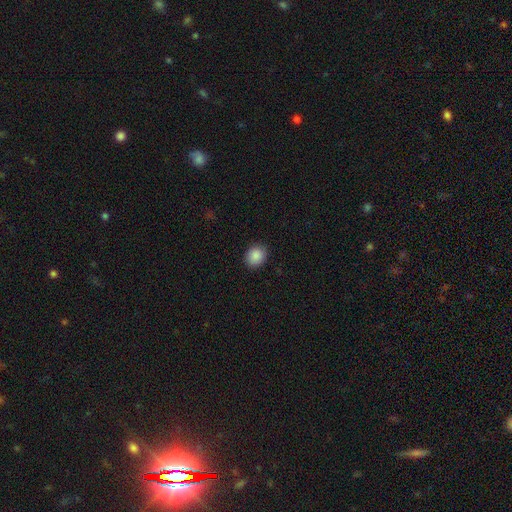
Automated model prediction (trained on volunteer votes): smooth_or_featured: smooth (p=0.89) [alt: star or artifact p=0.08]
how_rounded: round (p=0.60) [alt: in between p=0.39]
merging: none (p=0.89) [alt: minor disturbance p=0.08]